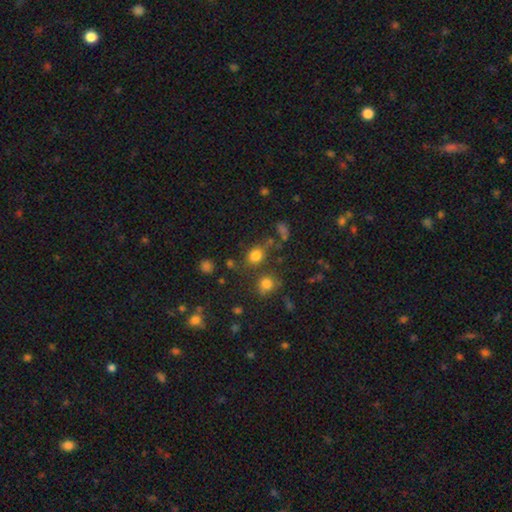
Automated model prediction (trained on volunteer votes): smooth_or_featured: smooth (p=0.77) [alt: star or artifact p=0.16]
how_rounded: round (p=0.64) [alt: in between p=0.34]
merging: none (p=0.68) [alt: minor disturbance p=0.13]